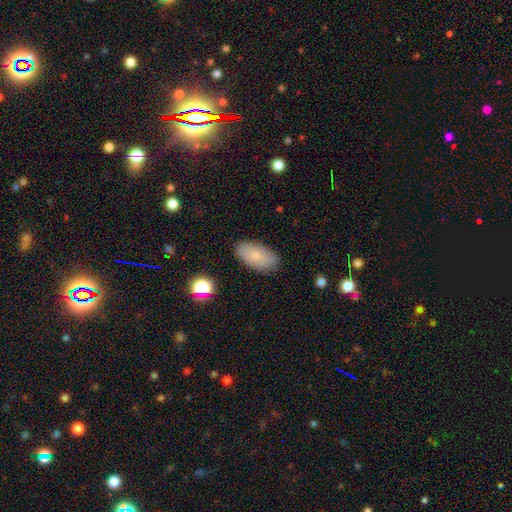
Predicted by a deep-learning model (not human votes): A smooth galaxy with no disk features (80%) that is in between round and cigar-shaped (94%).

Vote fractions:
- Smooth or featured? smooth: 80% / featured or disk: 13% / star or artifact: 7%
- How rounded? in between: 94% / cigar-shaped: 3% / round: 3%
- Merging? none: 84% / minor disturbance: 12% / major disturbance: 3% / merger: 1%